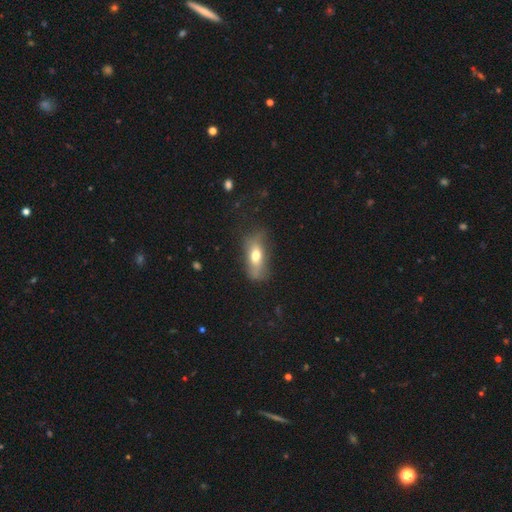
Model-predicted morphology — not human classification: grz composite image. It shows a smooth galaxy with no disk features (61%) that is in between round and cigar-shaped (76%). Merging: none (58%).